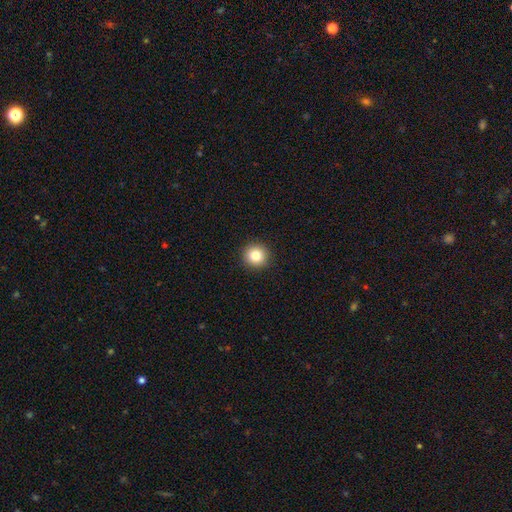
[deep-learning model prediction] Smooth or featured? smooth (83%)
How rounded? round (94%)
Merging? none (92%)